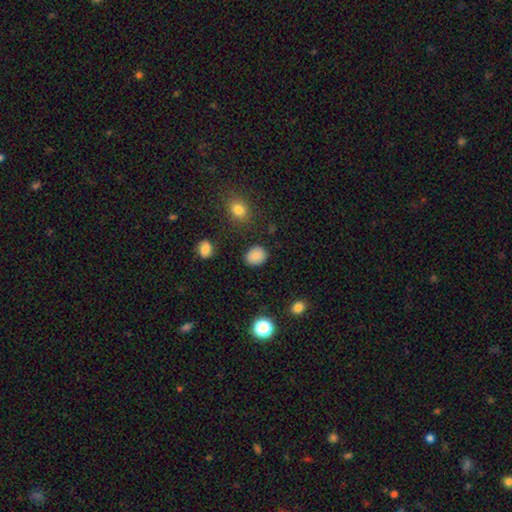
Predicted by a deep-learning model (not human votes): A smooth galaxy with no disk features (85%) that is round (52%).

Vote fractions:
- Smooth or featured? smooth: 85% / star or artifact: 11% / featured or disk: 5%
- How rounded? round: 52% / in between: 47% / cigar-shaped: 1%
- Merging? none: 85% / minor disturbance: 10% / major disturbance: 3% / merger: 2%